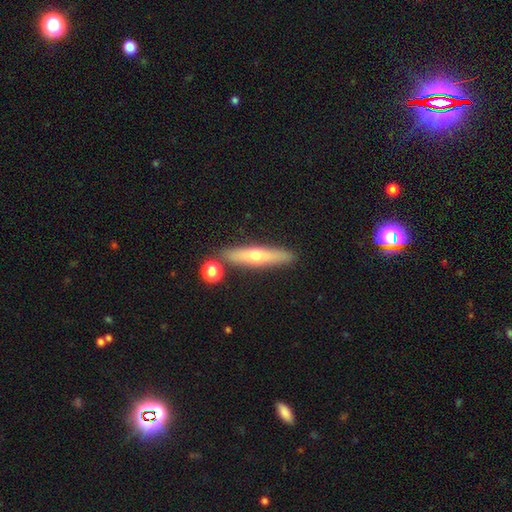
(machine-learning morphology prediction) type=smooth (48%); merging=none (83%).